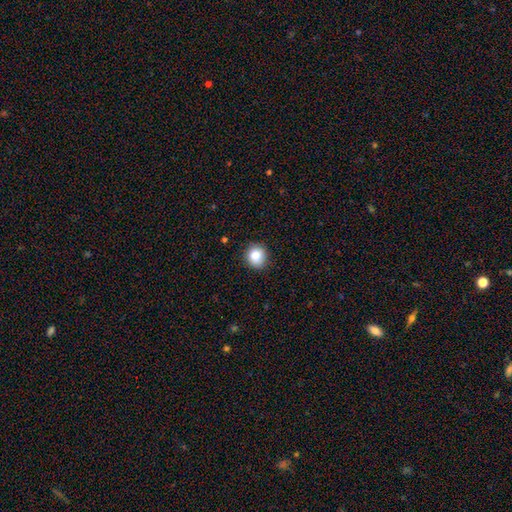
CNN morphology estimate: Overall: smooth (85%). How rounded: round (85%). Merging: none (87%).